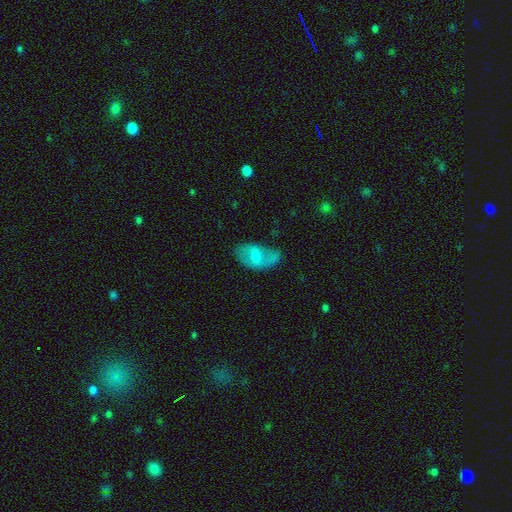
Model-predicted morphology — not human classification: type=featured or disk (48%); merging=none (54%).